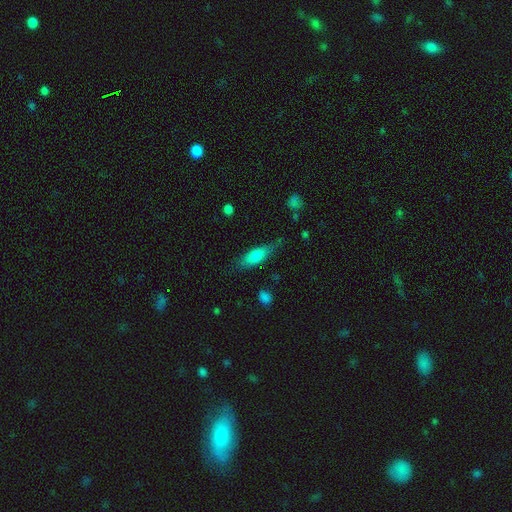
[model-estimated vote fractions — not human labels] A smooth galaxy with no disk features (73%) that is in between round and cigar-shaped (55%).

Vote fractions:
- Smooth or featured? smooth: 73% / featured or disk: 21% / star or artifact: 7%
- How rounded? in between: 55% / cigar-shaped: 43% / round: 3%
- Merging? none: 64% / minor disturbance: 25% / major disturbance: 8% / merger: 3%